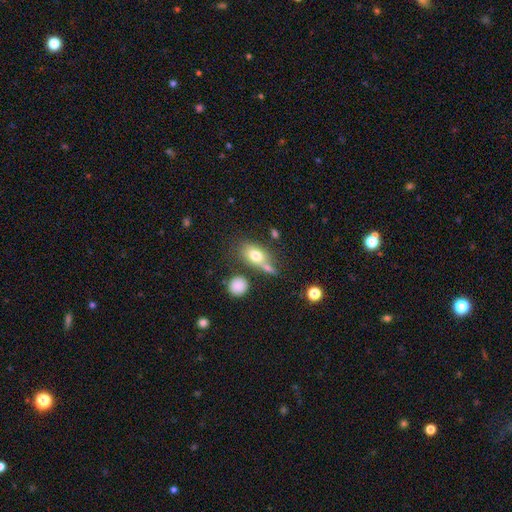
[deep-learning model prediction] A smooth galaxy with no disk features (75%) that is in between round and cigar-shaped (81%).

Vote fractions:
- Smooth or featured? smooth: 75% / featured or disk: 16% / star or artifact: 9%
- How rounded? in between: 81% / round: 15% / cigar-shaped: 4%
- Merging? none: 49% / merger: 27% / minor disturbance: 16% / major disturbance: 8%